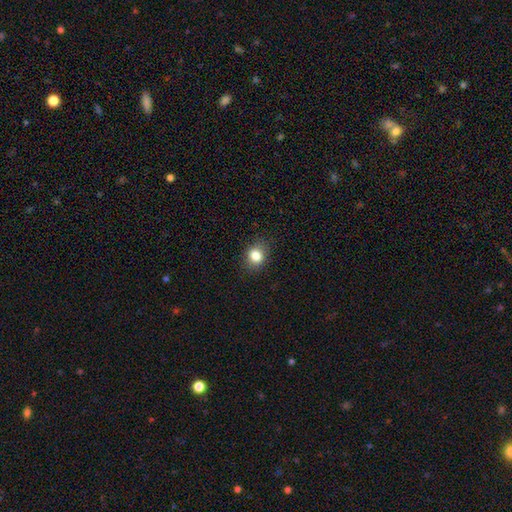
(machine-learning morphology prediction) The model was most divided on "how rounded": round: 60%, in between: 39%, cigar-shaped: 1%. More confident: merging — none (85%); smooth or featured — smooth (83%).